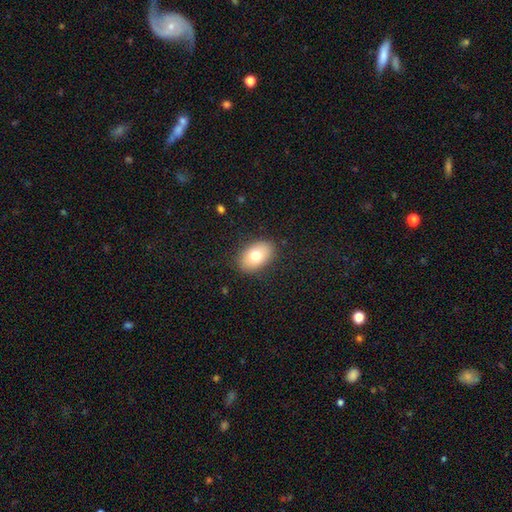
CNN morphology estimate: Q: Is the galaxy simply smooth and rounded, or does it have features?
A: smooth — 74%.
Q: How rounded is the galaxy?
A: in between — 87%.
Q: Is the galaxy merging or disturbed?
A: none — 86%.